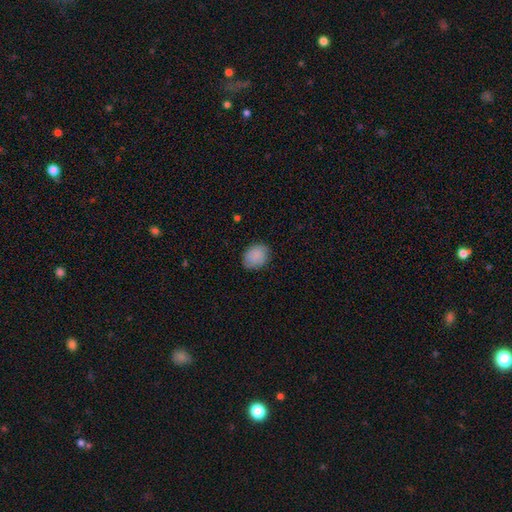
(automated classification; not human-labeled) Smooth or featured? smooth (84%)
How rounded? in between (54%)
Merging? none (81%)